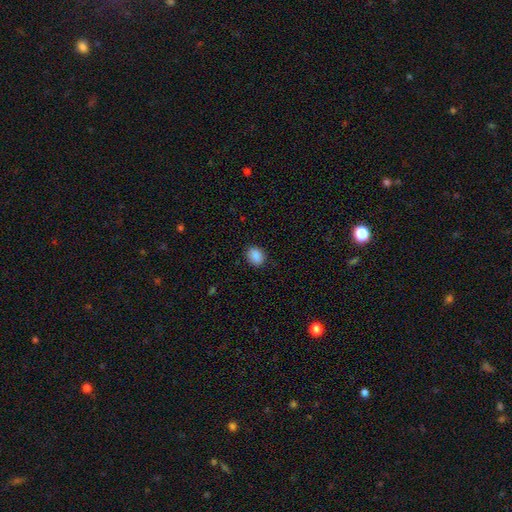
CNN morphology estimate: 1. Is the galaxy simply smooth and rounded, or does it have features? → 89% smooth, 8% star or artifact, 3% featured or disk.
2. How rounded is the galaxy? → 57% in between, 42% round, 1% cigar-shaped.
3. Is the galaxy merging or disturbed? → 88% none, 9% minor disturbance, 2% major disturbance, 1% merger.